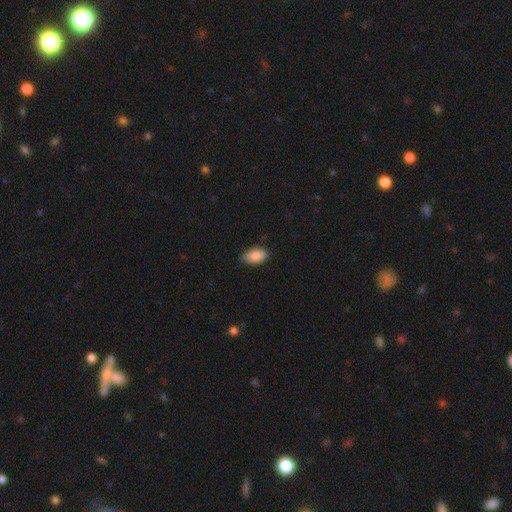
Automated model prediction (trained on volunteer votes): Morphology: type=smooth (88%); roundness=in between (93%); merging=none (72%).